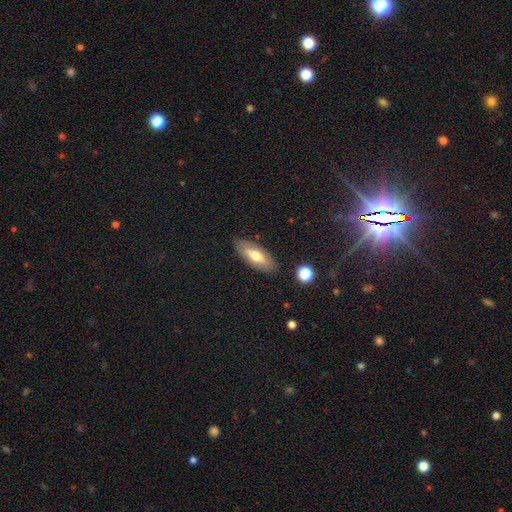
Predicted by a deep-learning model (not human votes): Overall: smooth (58%; featured or disk 35%). How rounded: in between (78%). Merging: none (85%).